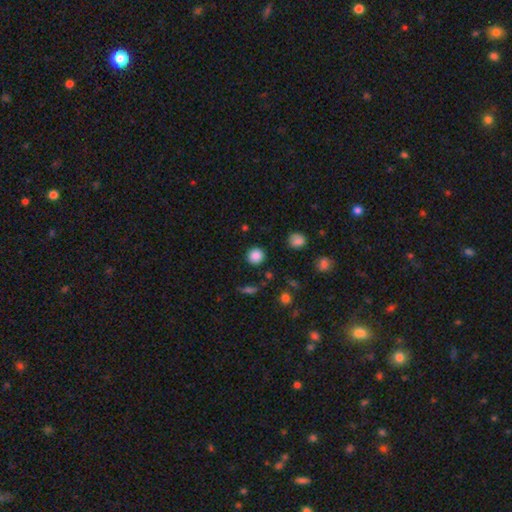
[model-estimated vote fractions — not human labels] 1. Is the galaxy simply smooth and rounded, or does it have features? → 86% smooth, 10% star or artifact, 4% featured or disk.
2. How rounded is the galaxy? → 93% round, 6% in between, 1% cigar-shaped.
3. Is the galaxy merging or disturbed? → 90% none, 6% minor disturbance, 2% major disturbance, 2% merger.